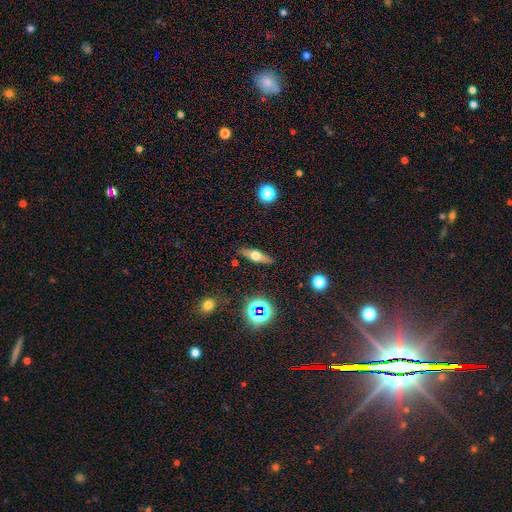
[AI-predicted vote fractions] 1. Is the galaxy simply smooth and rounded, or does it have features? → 50% featured or disk, 40% smooth, 10% star or artifact.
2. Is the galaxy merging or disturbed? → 87% none, 9% minor disturbance, 2% major disturbance, 2% merger.